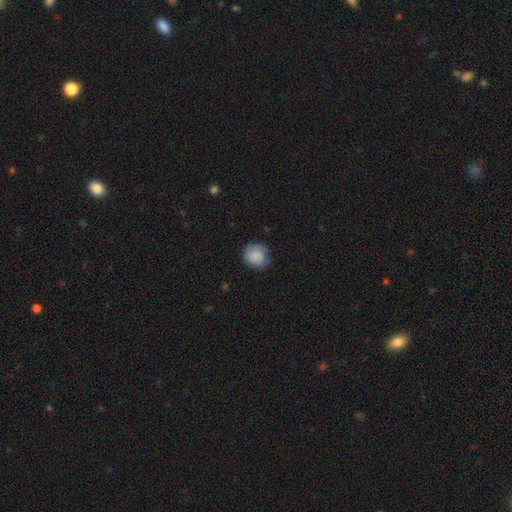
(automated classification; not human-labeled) Q: Smooth or featured?
A: smooth (85%); runner-up: featured or disk (8%)
Q: How rounded?
A: round (86%); runner-up: in between (13%)
Q: Merging?
A: none (74%); runner-up: minor disturbance (20%)